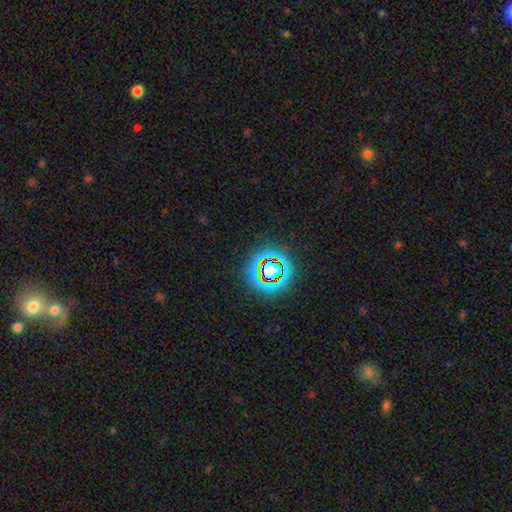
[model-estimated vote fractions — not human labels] Smooth or featured?
  - star or artifact: 70% *
  - smooth: 18%
  - featured or disk: 11%